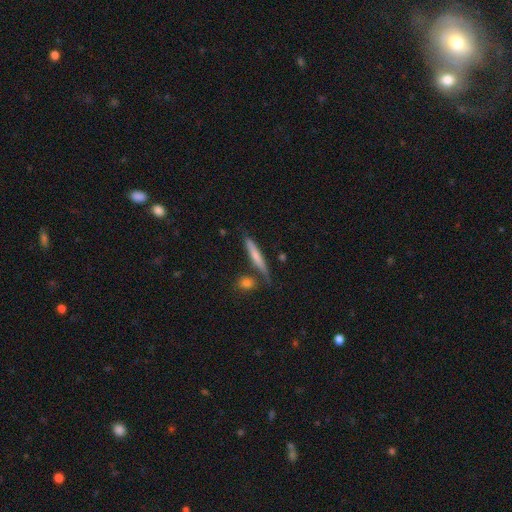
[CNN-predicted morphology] This appears to be a smooth galaxy with no disk features (65%) that is cigar-shaped (90%). Merging: none (75%).